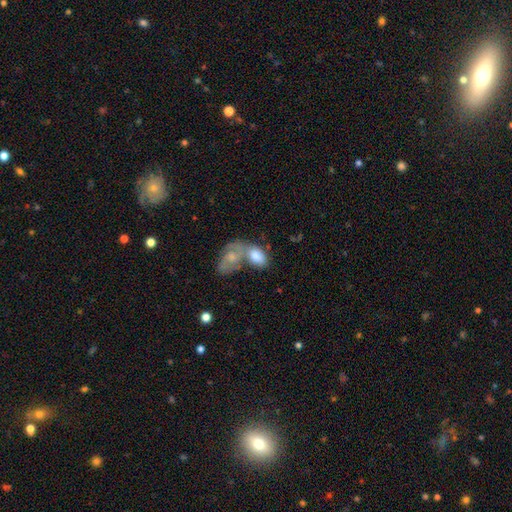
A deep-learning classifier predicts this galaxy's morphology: The model was most divided on "merging": merger: 57%, none: 25%, minor disturbance: 11%, major disturbance: 6%. More confident: how rounded — in between (91%); smooth or featured — smooth (73%).